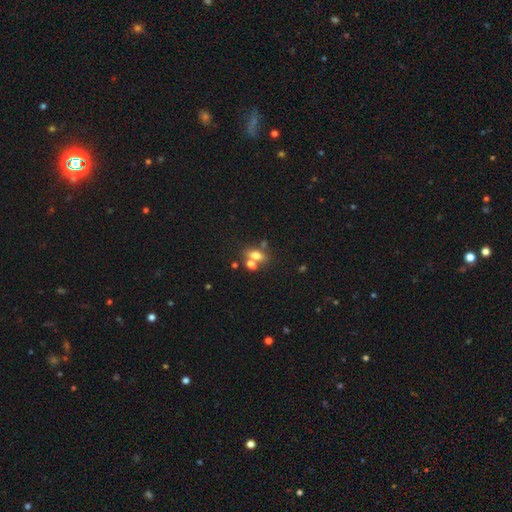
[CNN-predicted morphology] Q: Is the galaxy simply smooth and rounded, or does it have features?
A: smooth — 64%.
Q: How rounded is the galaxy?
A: in between — 73%.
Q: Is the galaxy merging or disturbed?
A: none — 45%.